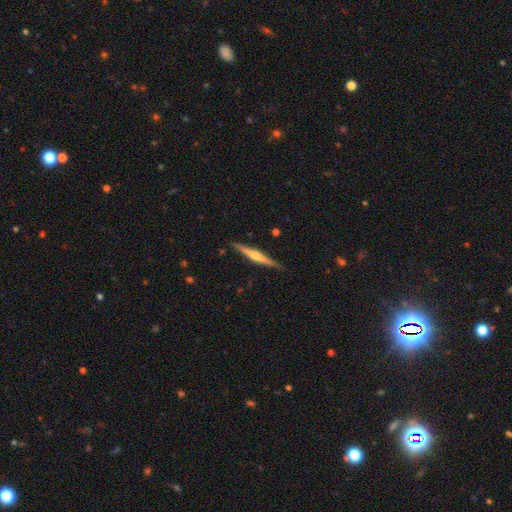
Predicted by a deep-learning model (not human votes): Smooth or featured: featured or disk — 67% (smooth — 27%)
Edge-on disk: yes — 98% (no — 2%)
Edge-on bulge: rounded — 77% (none — 12%)
Merging: none — 88% (minor disturbance — 9%)